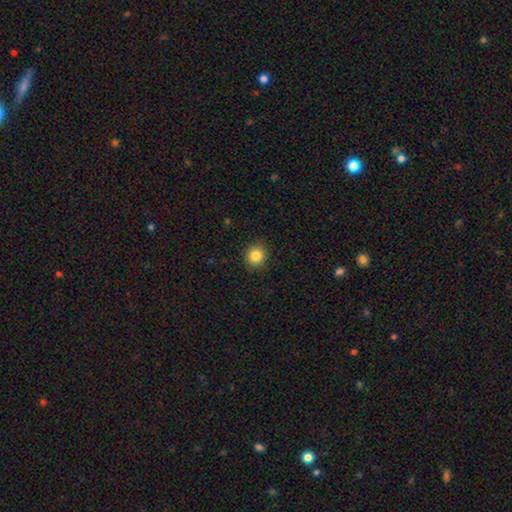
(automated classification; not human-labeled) smooth_or_featured: smooth (p=0.83) [alt: star or artifact p=0.11]
how_rounded: round (p=0.87) [alt: in between p=0.12]
merging: none (p=0.91) [alt: minor disturbance p=0.06]